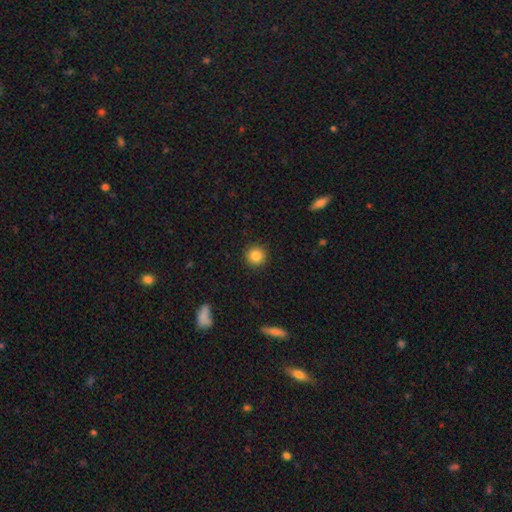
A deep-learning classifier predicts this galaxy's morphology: Smooth or featured?
  - smooth: 86% *
  - star or artifact: 10%
  - featured or disk: 5%
How rounded?
  - round: 95% *
  - in between: 4%
  - cigar-shaped: 1%
Merging?
  - none: 92% *
  - minor disturbance: 5%
  - major disturbance: 2%
  - merger: 1%